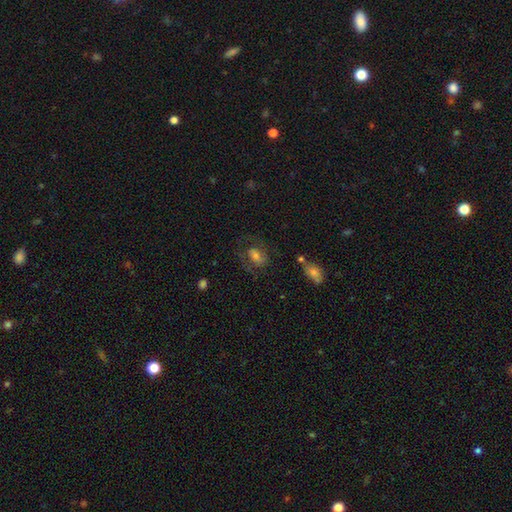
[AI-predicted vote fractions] Smooth or featured: featured or disk — 44% (smooth — 43%)
Merging: none — 57% (major disturbance — 21%)